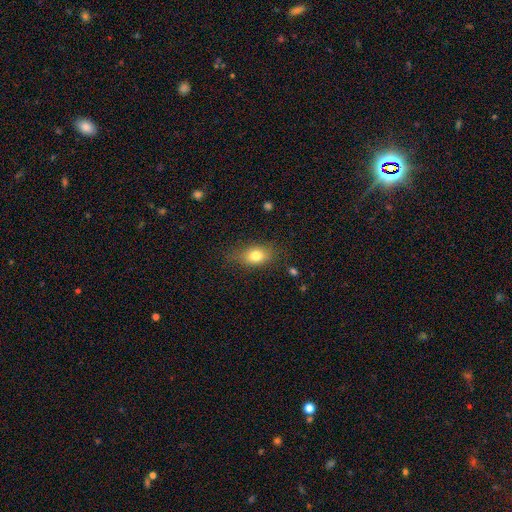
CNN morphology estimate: This appears to be a smooth galaxy with no disk features (78%) that is in between round and cigar-shaped (77%). Merging: none (75%).